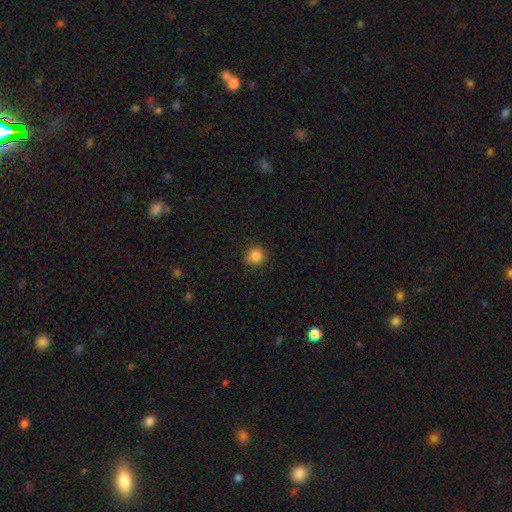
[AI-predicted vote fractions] Q: Smooth or featured?
A: smooth (85%); runner-up: star or artifact (11%)
Q: How rounded?
A: round (90%); runner-up: in between (9%)
Q: Merging?
A: none (86%); runner-up: minor disturbance (10%)